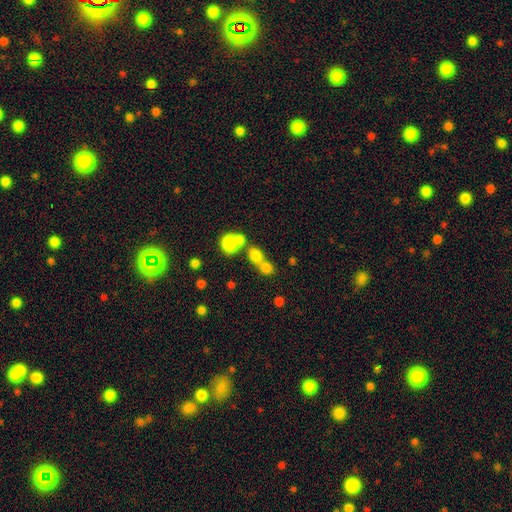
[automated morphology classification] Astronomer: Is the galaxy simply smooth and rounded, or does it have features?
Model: smooth — 74%.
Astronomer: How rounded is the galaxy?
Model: round — 74%.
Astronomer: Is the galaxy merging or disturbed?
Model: merger — 49% (runner-up: none, 40%).